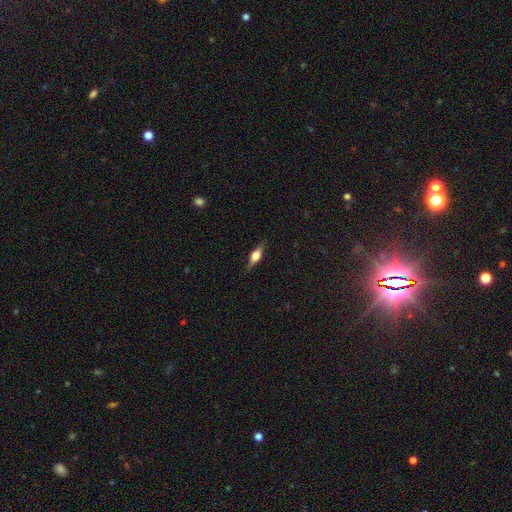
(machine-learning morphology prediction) Smooth or featured? featured or disk (64%)
Edge-on disk? yes (97%)
Edge-on bulge? rounded (89%)
Merging? none (87%)